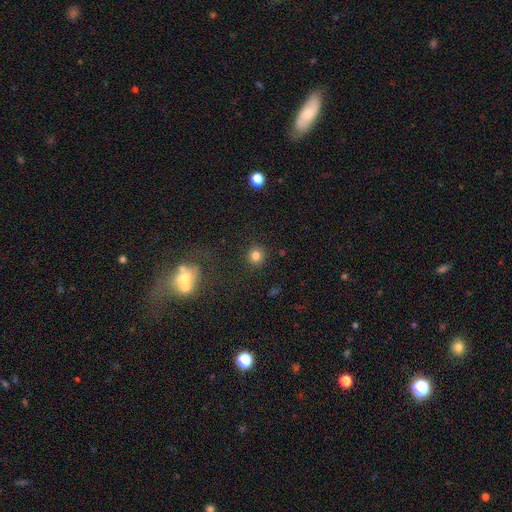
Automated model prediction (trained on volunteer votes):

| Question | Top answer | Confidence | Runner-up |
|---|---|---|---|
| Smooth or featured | smooth | 81% | star or artifact (13%) |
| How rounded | round | 90% | in between (9%) |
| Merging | none | 87% | minor disturbance (7%) |